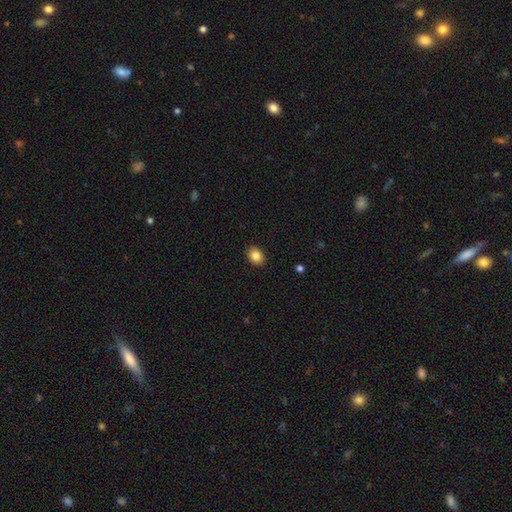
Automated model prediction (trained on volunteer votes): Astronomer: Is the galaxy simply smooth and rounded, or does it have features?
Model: smooth — 85%.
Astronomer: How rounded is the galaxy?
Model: in between — 65%.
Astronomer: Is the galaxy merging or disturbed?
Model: none — 90%.